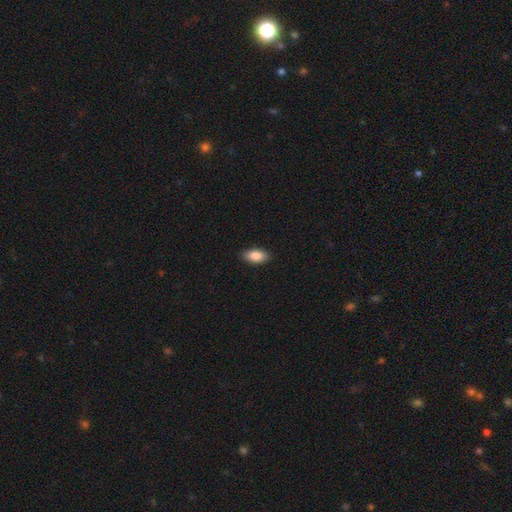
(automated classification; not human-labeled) Smooth or featured: smooth — 87% (featured or disk — 7%)
How rounded: in between — 91% (cigar-shaped — 5%)
Merging: none — 89% (minor disturbance — 8%)